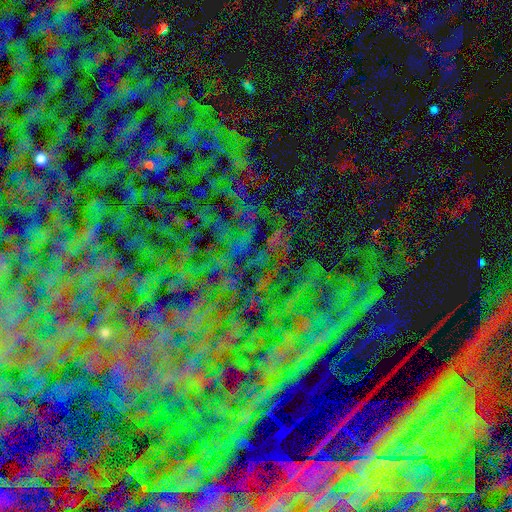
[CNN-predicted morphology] Smooth or featured?
  - star or artifact: 84% *
  - featured or disk: 9%
  - smooth: 7%